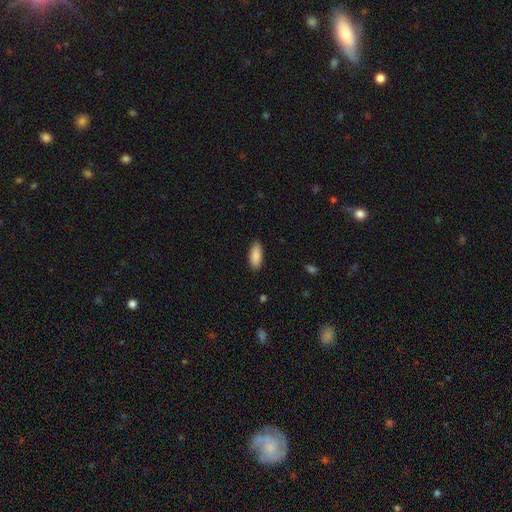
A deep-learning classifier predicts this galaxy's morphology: Q: Smooth or featured?
A: smooth (90%); runner-up: star or artifact (6%)
Q: How rounded?
A: in between (86%); runner-up: cigar-shaped (12%)
Q: Merging?
A: none (88%); runner-up: minor disturbance (9%)